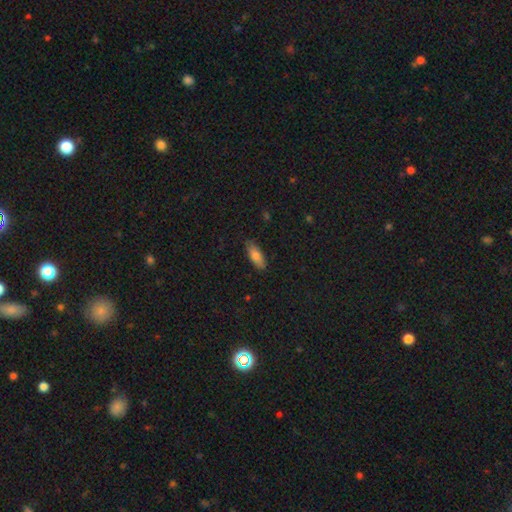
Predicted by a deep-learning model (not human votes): This appears to be a smooth galaxy with no disk features (78%) that is in between round and cigar-shaped (73%). Merging: none (83%).